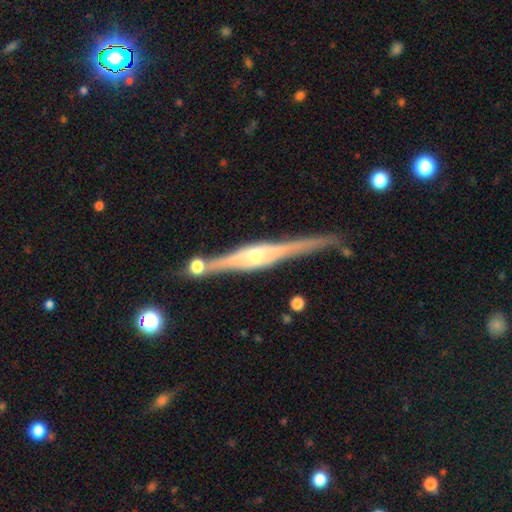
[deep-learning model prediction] Morphology: type=featured or disk (86%); edge-on=yes (97%); edge-on bulge=rounded (70%); merging=none (81%).